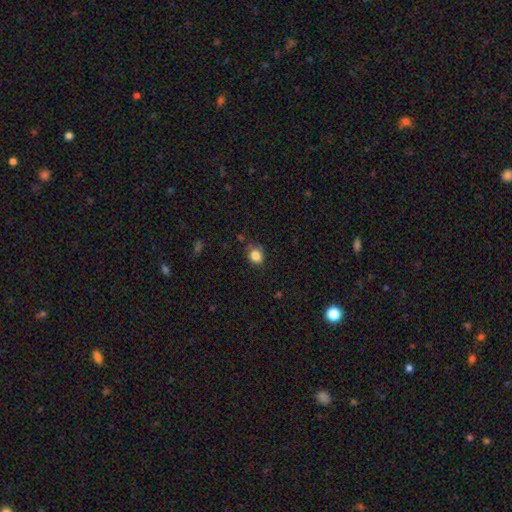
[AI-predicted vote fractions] The model was most divided on "how rounded": round: 69%, in between: 30%, cigar-shaped: 1%. More confident: smooth or featured — smooth (84%); merging — none (75%).